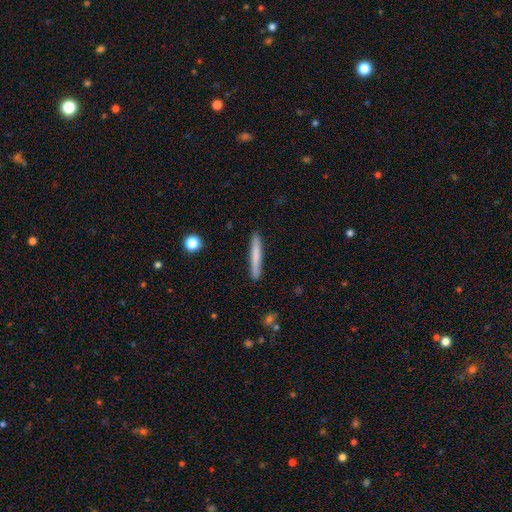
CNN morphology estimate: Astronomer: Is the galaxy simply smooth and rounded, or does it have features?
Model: smooth — 72%.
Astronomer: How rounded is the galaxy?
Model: cigar-shaped — 96%.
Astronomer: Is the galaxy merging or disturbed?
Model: none — 90%.